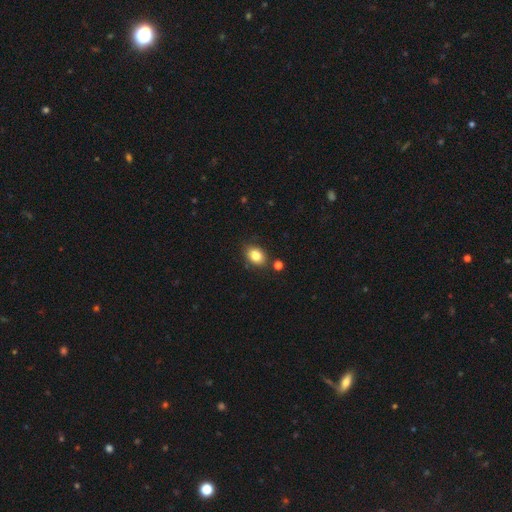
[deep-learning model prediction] A smooth galaxy with no disk features (83%) that is in between round and cigar-shaped (76%).

Vote fractions:
- Smooth or featured? smooth: 83% / star or artifact: 9% / featured or disk: 8%
- How rounded? in between: 76% / round: 23% / cigar-shaped: 1%
- Merging? none: 80% / minor disturbance: 12% / merger: 5% / major disturbance: 3%